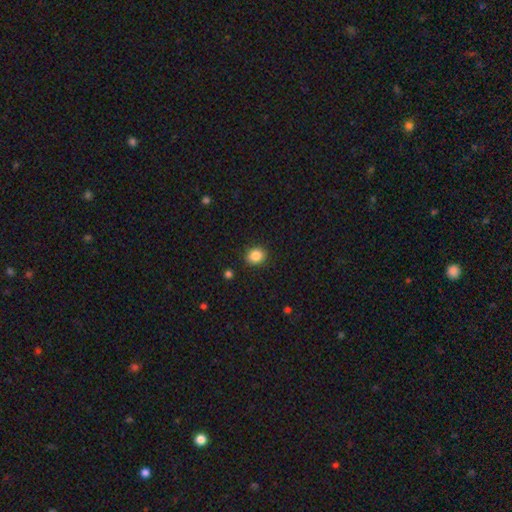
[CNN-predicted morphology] Overall: smooth (86%). How rounded: round (67%; in between 32%). Merging: none (89%).